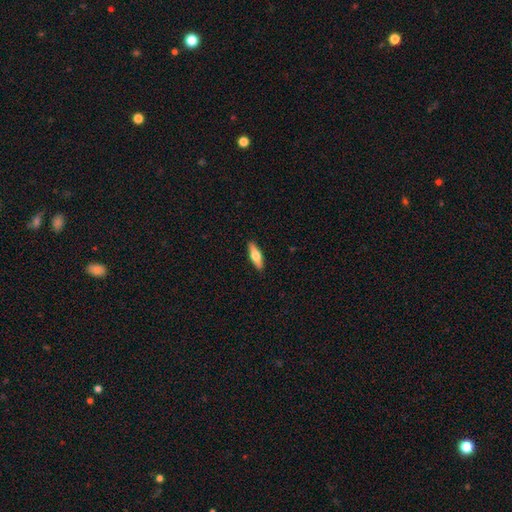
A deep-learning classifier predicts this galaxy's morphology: smooth-or-featured: smooth: 54% | featured or disk: 41% | star or artifact: 5%
  how-rounded: cigar-shaped: 52% | in between: 45% | round: 3%
  merging: none: 90% | minor disturbance: 7% | major disturbance: 2% | merger: 1%